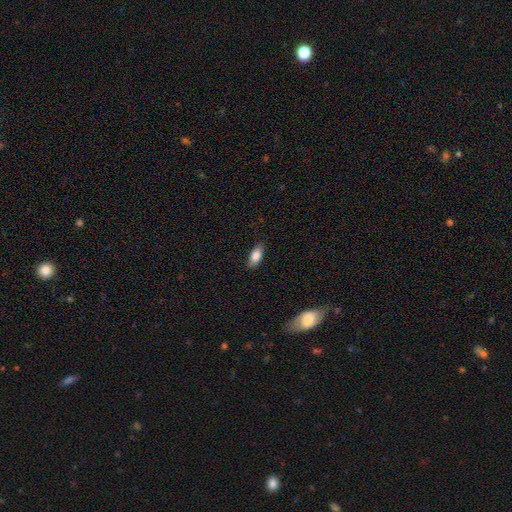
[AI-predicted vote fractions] Smooth or featured: smooth — 85% (featured or disk — 9%)
How rounded: in between — 84% (cigar-shaped — 13%)
Merging: none — 83% (minor disturbance — 13%)